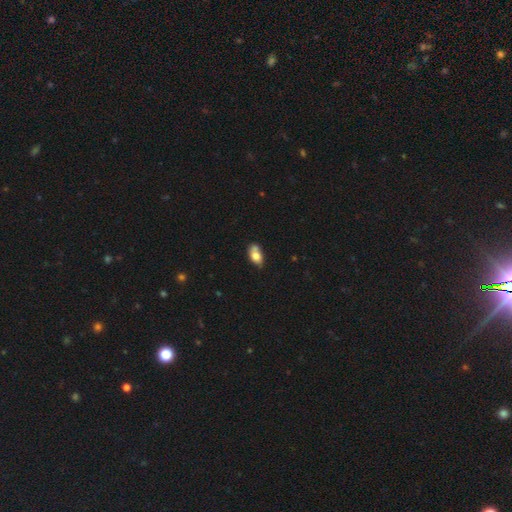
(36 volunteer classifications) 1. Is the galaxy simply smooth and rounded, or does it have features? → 69% smooth, 28% featured or disk, 3% star or artifact.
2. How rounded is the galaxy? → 88% in between, 12% round, 0% cigar-shaped.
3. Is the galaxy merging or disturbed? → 43% none, 31% minor disturbance, 20% merger, 6% major disturbance.